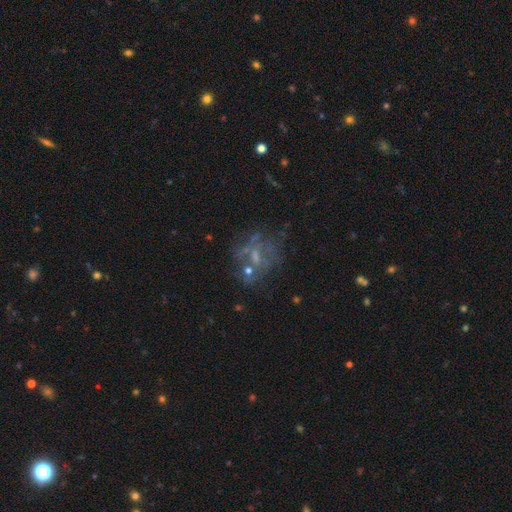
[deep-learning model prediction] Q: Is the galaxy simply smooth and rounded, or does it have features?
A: featured or disk — 55%.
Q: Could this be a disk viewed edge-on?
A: no — 97%.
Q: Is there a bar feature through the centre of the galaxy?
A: no — 75%.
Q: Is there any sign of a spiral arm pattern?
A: no — 77%.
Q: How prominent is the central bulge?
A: none — 38%.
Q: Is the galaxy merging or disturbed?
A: none — 46%.